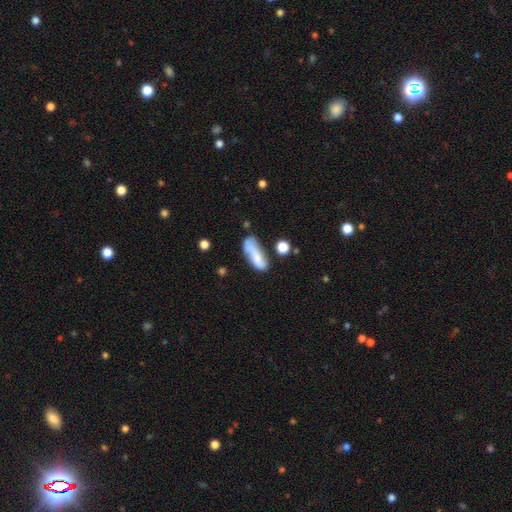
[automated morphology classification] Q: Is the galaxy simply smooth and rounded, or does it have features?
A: smooth — 65%.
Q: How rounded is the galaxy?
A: in between — 68%.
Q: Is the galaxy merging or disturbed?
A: none — 41%.